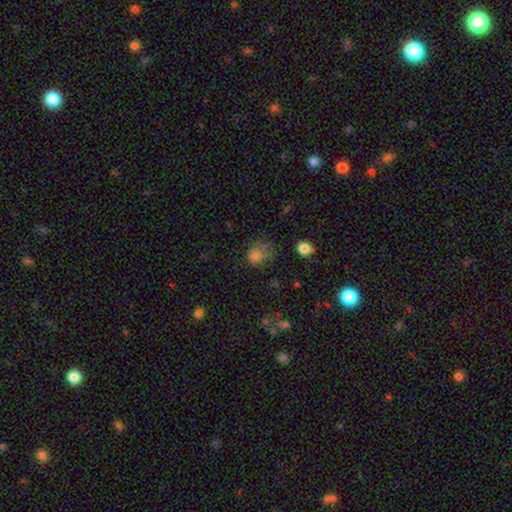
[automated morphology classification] Smooth or featured? Predicted: smooth (p=0.76). How rounded? Predicted: round (p=0.56). Merging? Predicted: none (p=0.39).